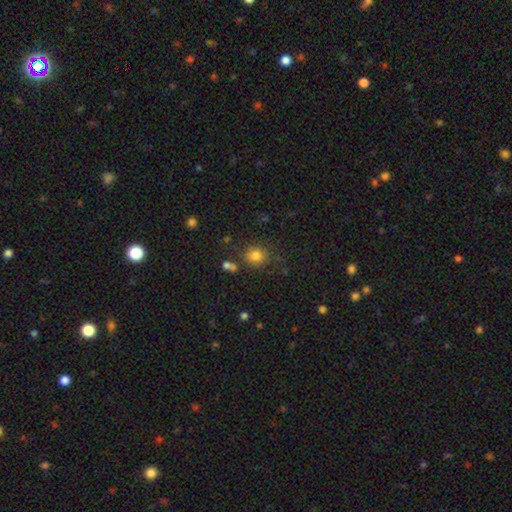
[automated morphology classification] The model was most divided on "how rounded": round: 80%, in between: 19%, cigar-shaped: 1%. More confident: smooth or featured — smooth (80%); merging — none (76%).